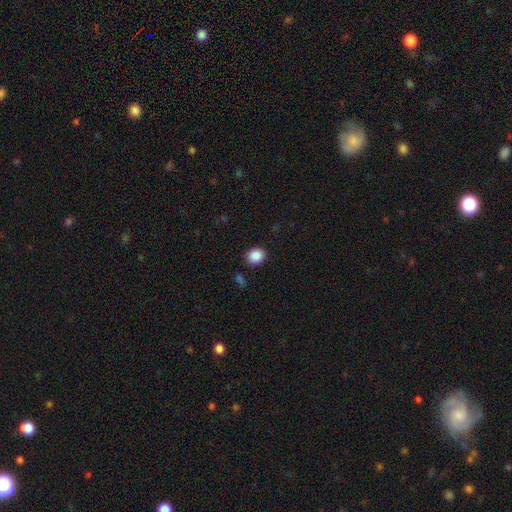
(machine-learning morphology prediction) The model was most divided on "how rounded": round: 70%, in between: 29%, cigar-shaped: 1%. More confident: merging — none (88%); smooth or featured — smooth (88%).